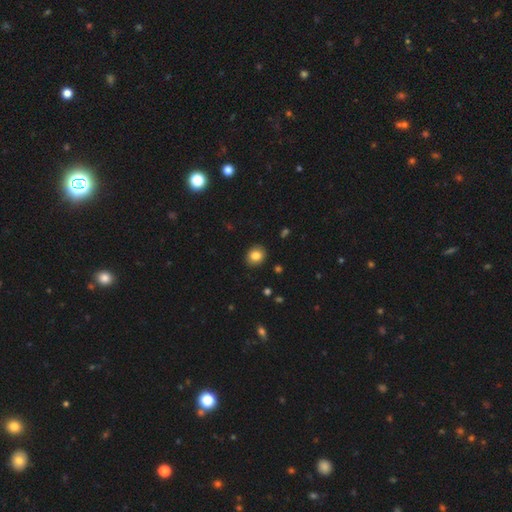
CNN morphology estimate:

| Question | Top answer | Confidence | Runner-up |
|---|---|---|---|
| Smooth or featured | smooth | 83% | star or artifact (9%) |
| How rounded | round | 65% | in between (34%) |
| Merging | none | 89% | minor disturbance (8%) |